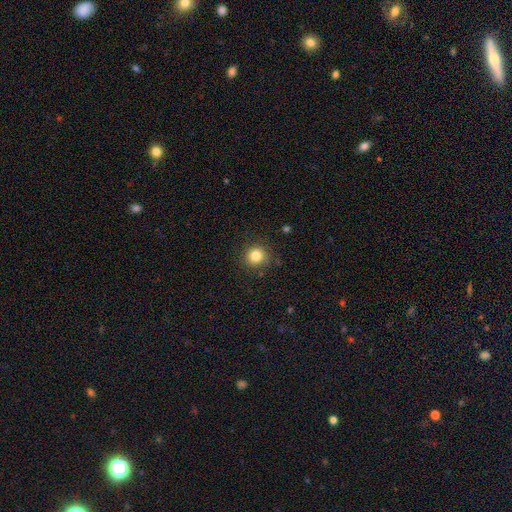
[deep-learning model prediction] smooth_or_featured: smooth (p=0.82) [alt: star or artifact p=0.12]
how_rounded: round (p=0.92) [alt: in between p=0.07]
merging: none (p=0.86) [alt: minor disturbance p=0.10]